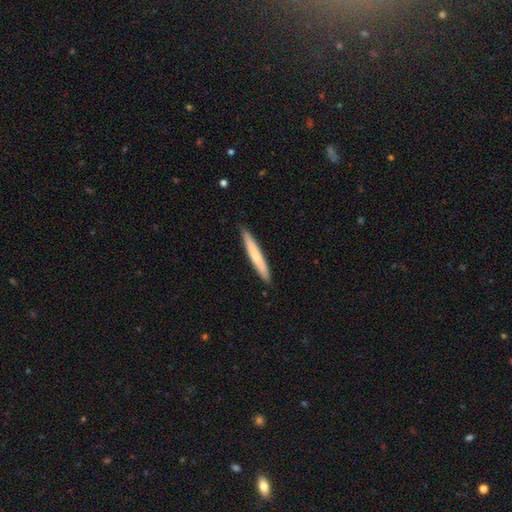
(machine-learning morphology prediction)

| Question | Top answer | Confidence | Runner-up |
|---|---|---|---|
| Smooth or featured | smooth | 66% | featured or disk (29%) |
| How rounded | cigar-shaped | 96% | in between (3%) |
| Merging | none | 90% | minor disturbance (8%) |